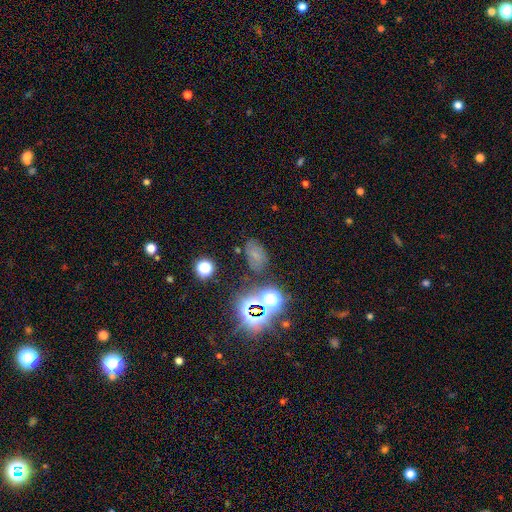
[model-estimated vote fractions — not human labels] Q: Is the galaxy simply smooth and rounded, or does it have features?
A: star or artifact — 42%.